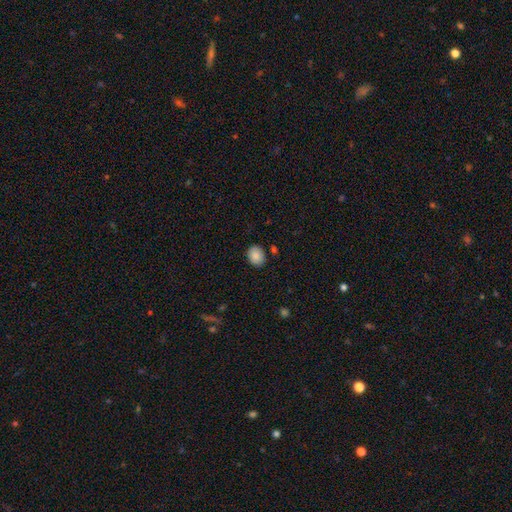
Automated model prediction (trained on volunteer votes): Morphology: type=smooth (88%); roundness=in between (53%); merging=none (85%).